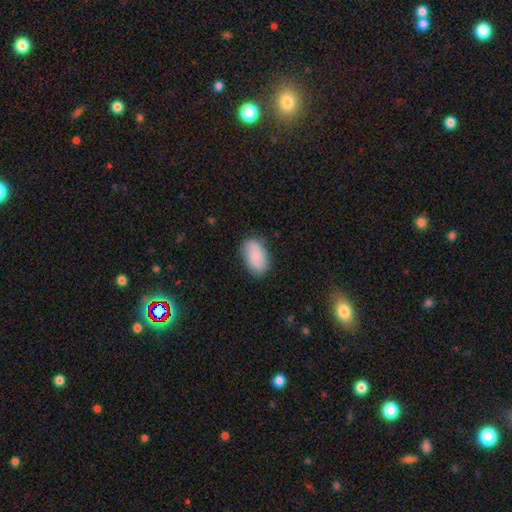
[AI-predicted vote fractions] The model was most divided on "merging": none: 78%, minor disturbance: 17%, major disturbance: 4%, merger: 1%. More confident: how rounded — in between (93%); smooth or featured — smooth (80%).